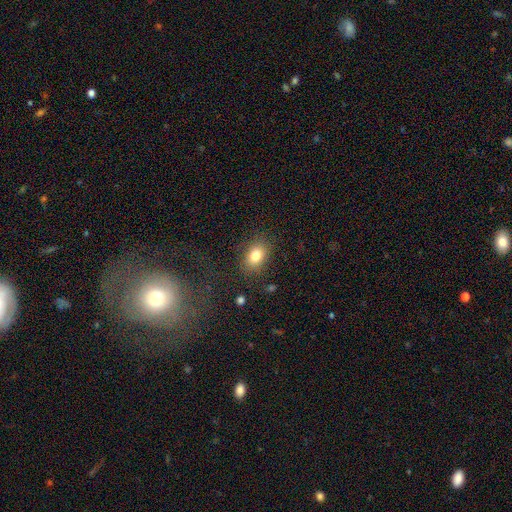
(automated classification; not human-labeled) Smooth or featured? Predicted: smooth (p=0.80). How rounded? Predicted: in between (p=0.75). Merging? Predicted: none (p=0.82).